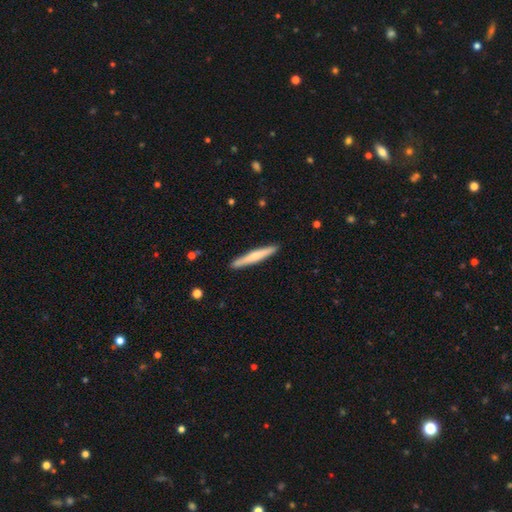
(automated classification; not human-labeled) A smooth galaxy with no disk features (59%) that is cigar-shaped (96%).

Vote fractions:
- Smooth or featured? smooth: 59% / featured or disk: 36% / star or artifact: 5%
- How rounded? cigar-shaped: 96% / in between: 3% / round: 1%
- Merging? none: 91% / minor disturbance: 7% / major disturbance: 1% / merger: 1%